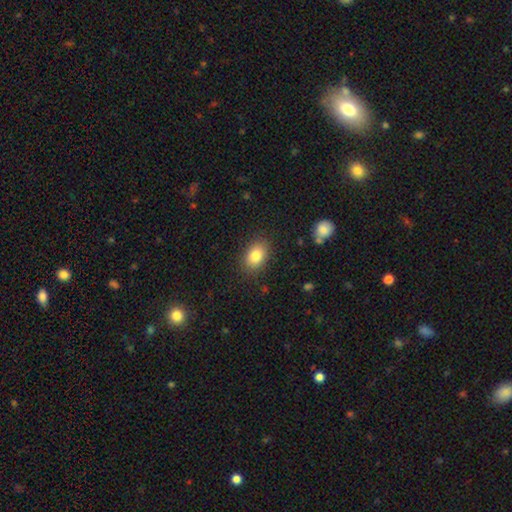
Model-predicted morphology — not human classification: The model was most divided on "how rounded": in between: 76%, round: 23%, cigar-shaped: 1%. More confident: merging — none (86%); smooth or featured — smooth (83%).